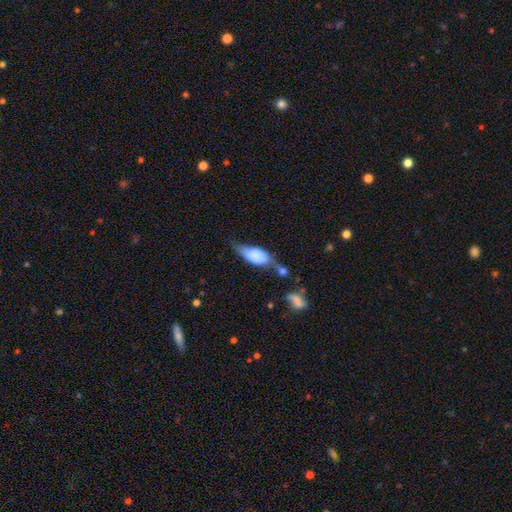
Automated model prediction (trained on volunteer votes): This is likely a smooth galaxy (70%). How rounded: clearly in between (84%). Merging: marginally merger (30%).